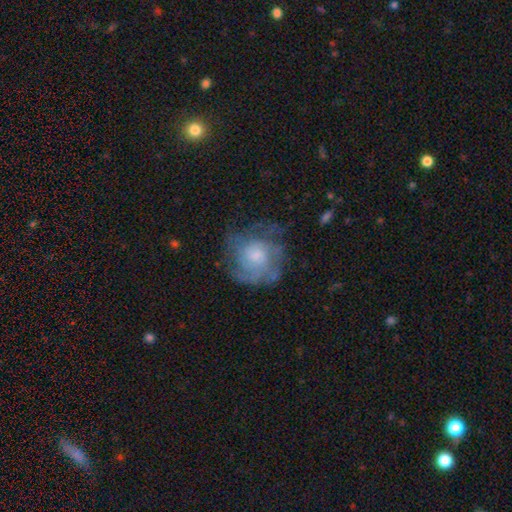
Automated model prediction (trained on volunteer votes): Smooth or featured? Predicted: featured or disk (p=0.62). Edge-on disk? Predicted: no (p=0.97). Bar? Predicted: no (p=0.77). Spiral arms? Predicted: yes (p=0.79). Bulge size? Predicted: moderate (p=0.43). Merging? Predicted: none (p=0.62).